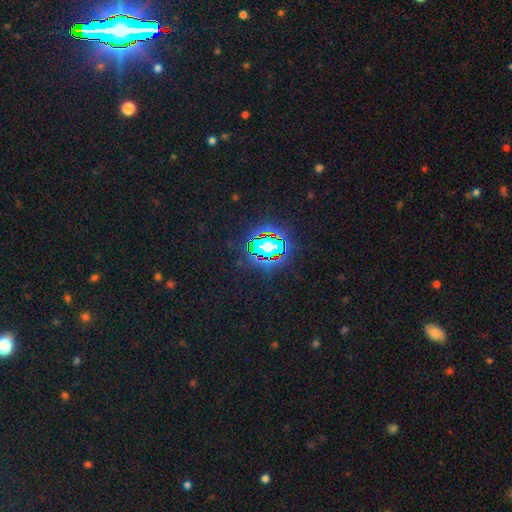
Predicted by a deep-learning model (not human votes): Overall: star or artifact (83%).